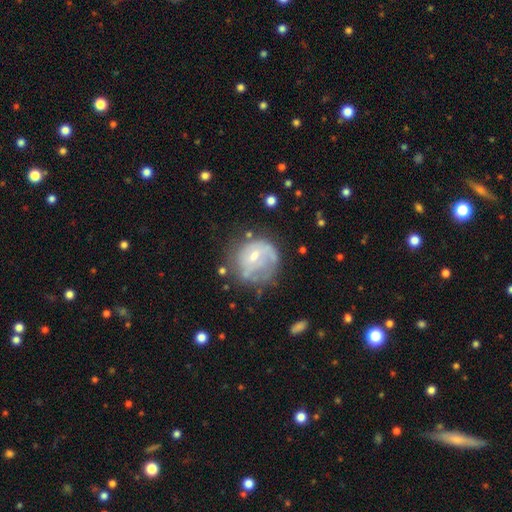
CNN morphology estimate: Smooth or featured: featured or disk — 55% (smooth — 36%)
Edge-on disk: no — 97% (yes — 3%)
Bar: no — 55% (weak — 39%)
Spiral arms: no — 51% (yes — 49%)
Bulge size: small — 49% (moderate — 39%)
Merging: none — 47% (minor disturbance — 25%)